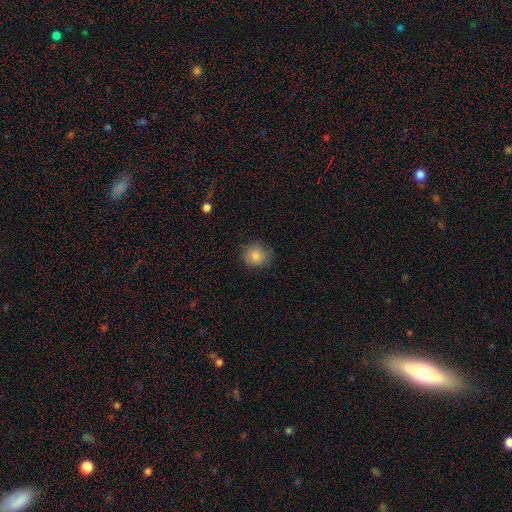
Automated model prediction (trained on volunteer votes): smooth_or_featured: smooth (p=0.85) [alt: star or artifact p=0.09]
how_rounded: round (p=0.81) [alt: in between p=0.18]
merging: none (p=0.82) [alt: minor disturbance p=0.14]